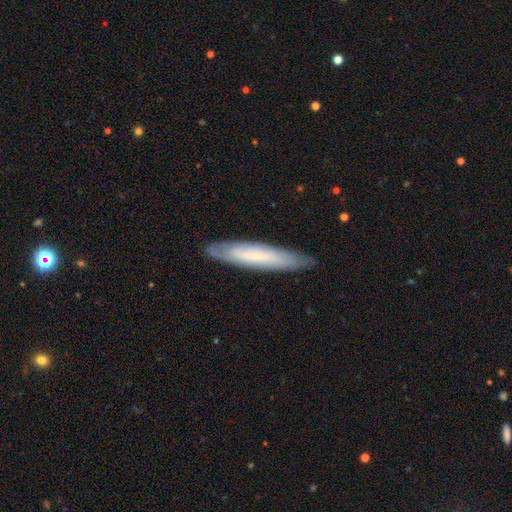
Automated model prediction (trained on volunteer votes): Overall: smooth (50%; featured or disk 43%). Merging: none (86%).